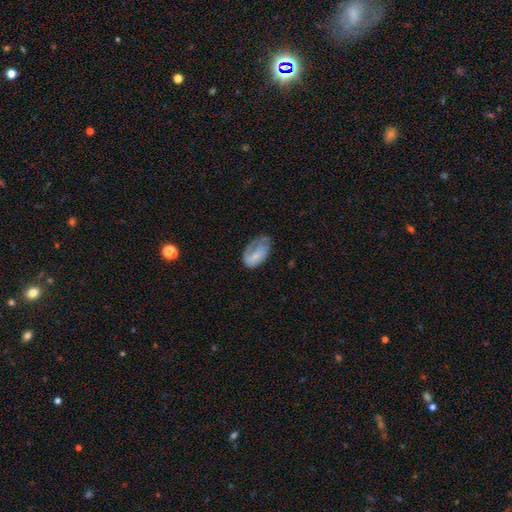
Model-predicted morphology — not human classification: Q: Smooth or featured?
A: smooth (59%); runner-up: featured or disk (34%)
Q: How rounded?
A: in between (91%); runner-up: round (7%)
Q: Merging?
A: none (36%); runner-up: minor disturbance (32%)